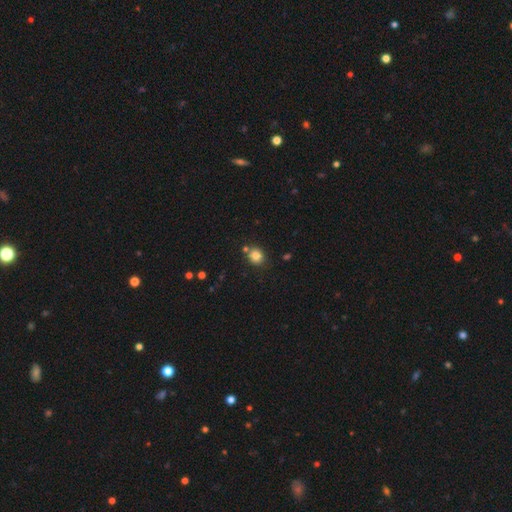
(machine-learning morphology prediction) This is clearly a smooth galaxy (83%). How rounded: clearly round (80%). Merging: likely none (75%).